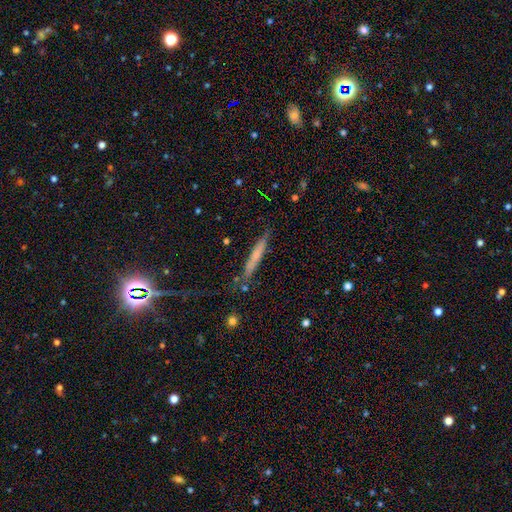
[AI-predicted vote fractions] Smooth or featured?
  - smooth: 54% *
  - featured or disk: 38%
  - star or artifact: 8%
How rounded?
  - cigar-shaped: 94% *
  - in between: 4%
  - round: 2%
Merging?
  - none: 78% *
  - minor disturbance: 15%
  - major disturbance: 4%
  - merger: 3%